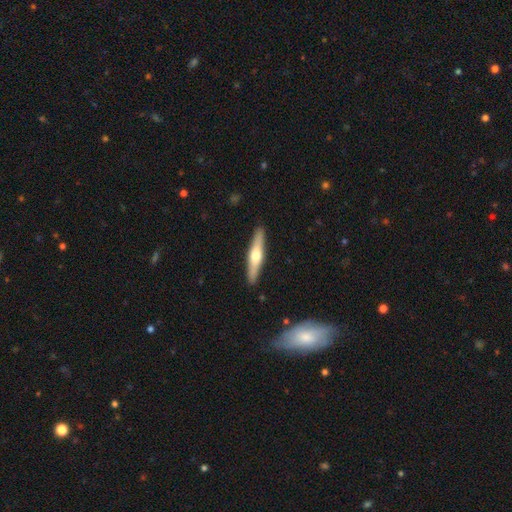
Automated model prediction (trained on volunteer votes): The model was most divided on "smooth or featured": featured or disk: 54%, smooth: 41%, star or artifact: 5%. More confident: edge-on disk — yes (94%); edge-on bulge — rounded (91%); merging — none (91%).